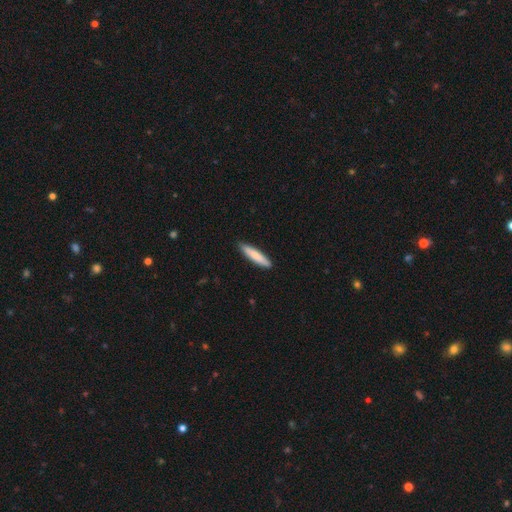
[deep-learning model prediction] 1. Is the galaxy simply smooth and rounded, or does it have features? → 80% smooth, 15% featured or disk, 5% star or artifact.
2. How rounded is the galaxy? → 86% cigar-shaped, 13% in between, 1% round.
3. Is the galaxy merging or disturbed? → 89% none, 8% minor disturbance, 1% major disturbance, 1% merger.